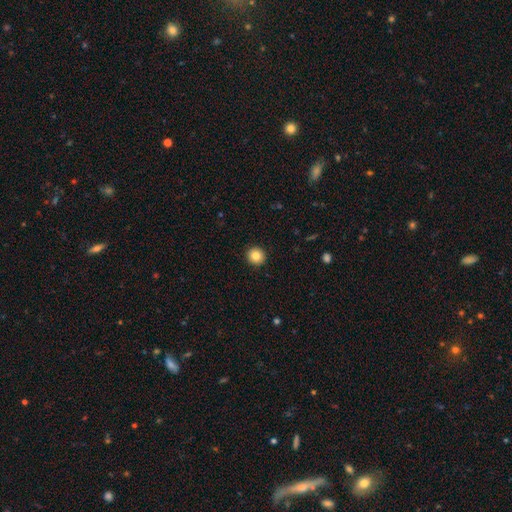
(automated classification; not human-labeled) Smooth or featured? smooth (83%)
How rounded? round (94%)
Merging? none (93%)